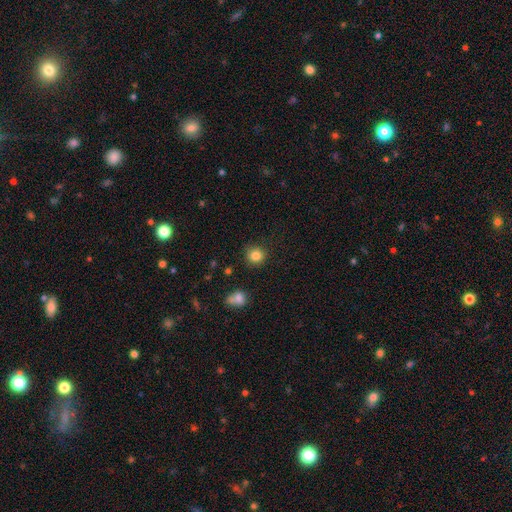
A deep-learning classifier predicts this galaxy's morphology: A smooth galaxy with no disk features (84%) that is round (90%).

Vote fractions:
- Smooth or featured? smooth: 84% / star or artifact: 11% / featured or disk: 5%
- How rounded? round: 90% / in between: 9% / cigar-shaped: 1%
- Merging? none: 86% / minor disturbance: 9% / major disturbance: 3% / merger: 2%